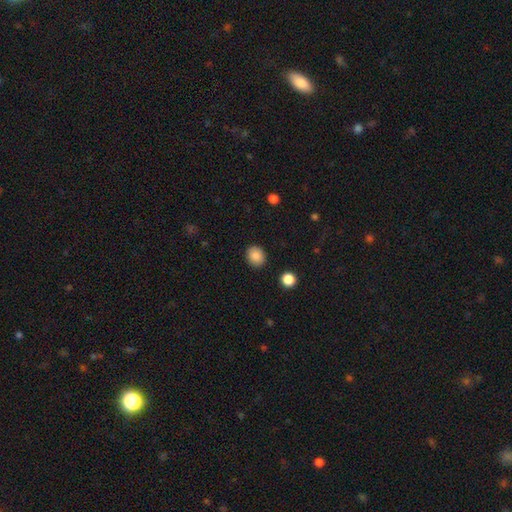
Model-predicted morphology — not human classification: smooth_or_featured: smooth (p=0.87) [alt: star or artifact p=0.09]
how_rounded: round (p=0.64) [alt: in between p=0.35]
merging: none (p=0.89) [alt: minor disturbance p=0.07]